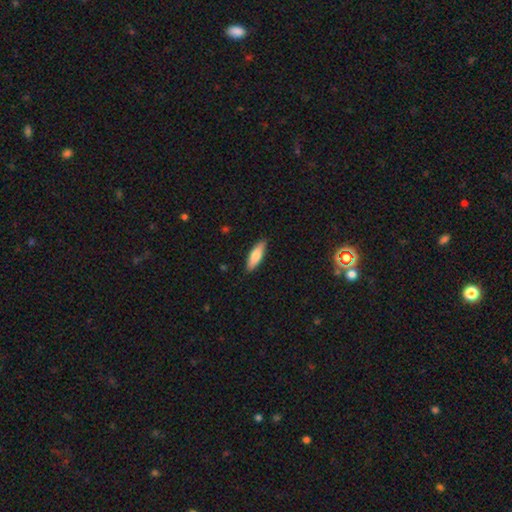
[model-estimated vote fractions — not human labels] The model was most divided on "how rounded": cigar-shaped: 50%, in between: 48%, round: 2%. More confident: merging — none (88%); smooth or featured — smooth (76%).